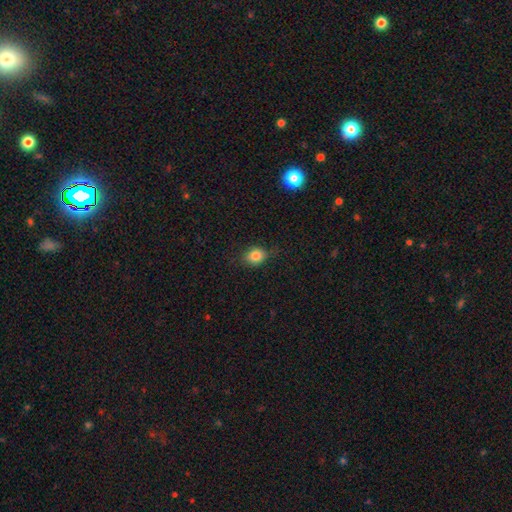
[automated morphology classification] smooth_or_featured: smooth (p=0.83) [alt: star or artifact p=0.10]
how_rounded: round (p=0.52) [alt: in between p=0.47]
merging: none (p=0.79) [alt: minor disturbance p=0.16]